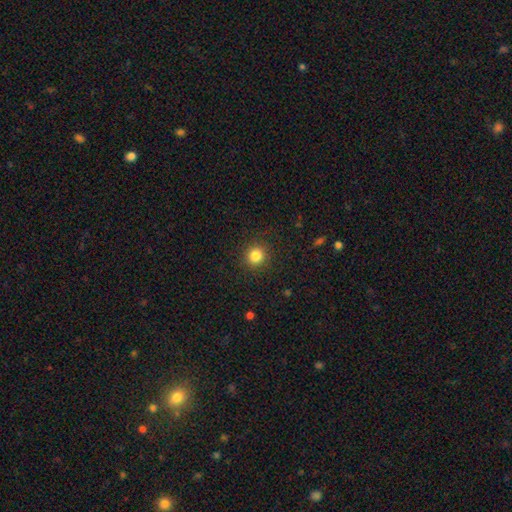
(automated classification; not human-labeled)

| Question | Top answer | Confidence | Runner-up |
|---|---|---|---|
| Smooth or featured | smooth | 84% | star or artifact (12%) |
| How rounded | round | 91% | in between (8%) |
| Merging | none | 90% | minor disturbance (6%) |